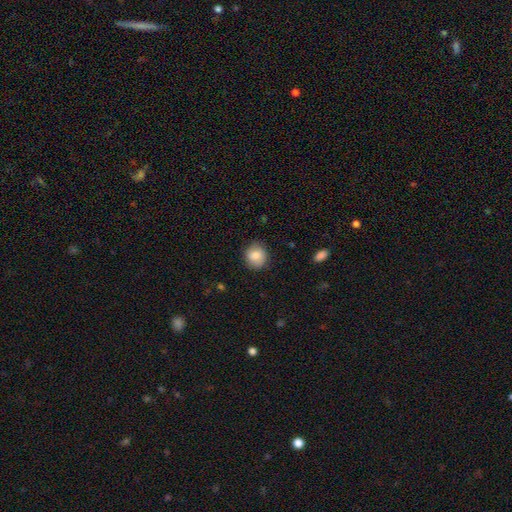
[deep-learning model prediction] Smooth or featured: smooth — 83% (featured or disk — 9%)
How rounded: round — 80% (in between — 19%)
Merging: none — 85% (minor disturbance — 12%)